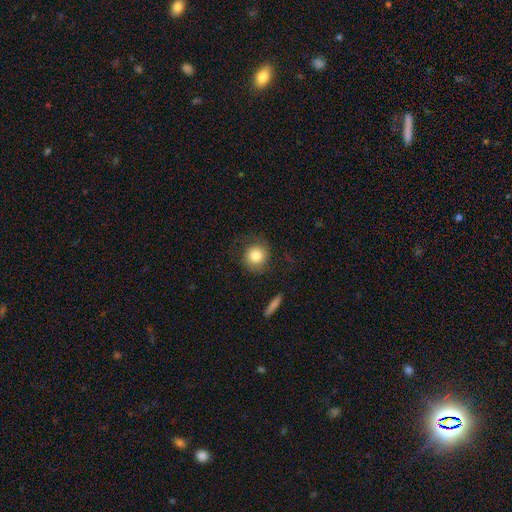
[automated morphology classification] type=smooth (76%); roundness=round (89%); merging=none (71%).